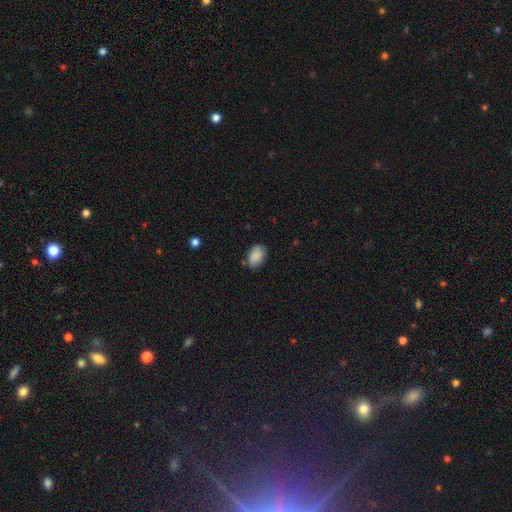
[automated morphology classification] Overall: smooth (86%). How rounded: in between (85%). Merging: none (74%).